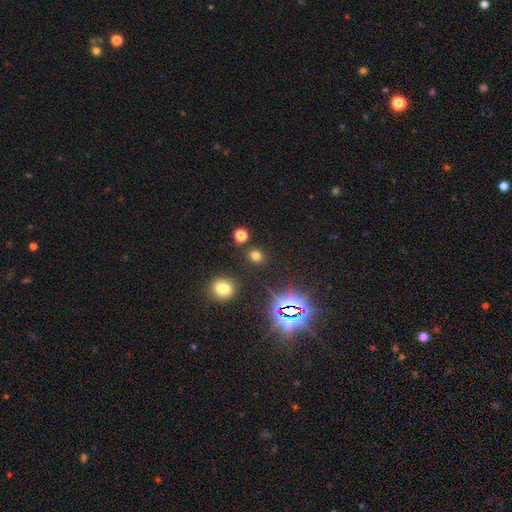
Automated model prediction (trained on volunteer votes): Q: Smooth or featured?
A: smooth (66%); runner-up: star or artifact (28%)
Q: How rounded?
A: round (74%); runner-up: in between (25%)
Q: Merging?
A: none (86%); runner-up: minor disturbance (7%)